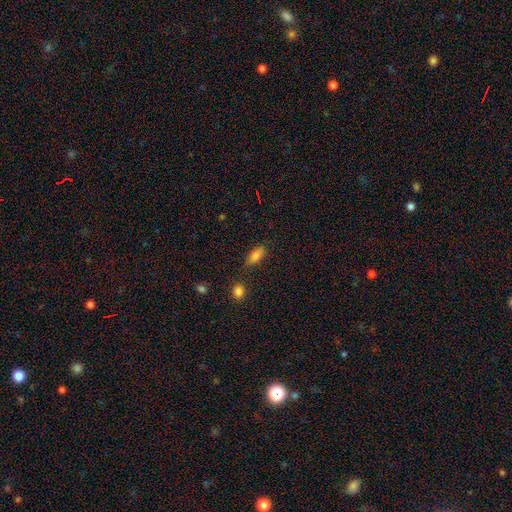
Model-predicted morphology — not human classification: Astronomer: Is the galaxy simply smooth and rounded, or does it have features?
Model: smooth — 83%.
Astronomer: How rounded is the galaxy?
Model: in between — 84%.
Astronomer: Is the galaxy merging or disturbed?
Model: none — 75%.